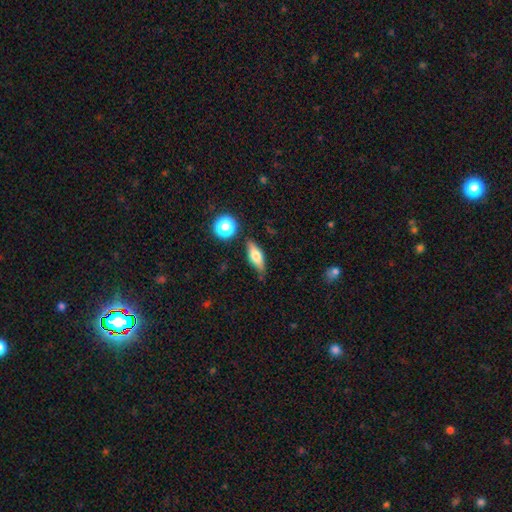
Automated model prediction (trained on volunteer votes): Overall: smooth (62%; featured or disk 29%). How rounded: in between (64%; cigar-shaped 31%). Merging: none (78%).